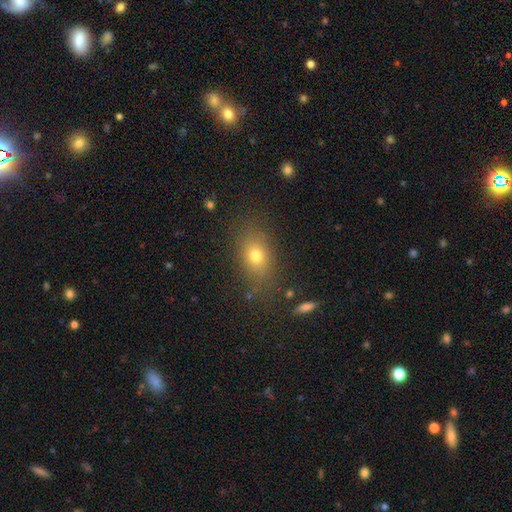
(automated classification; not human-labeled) smooth-or-featured: smooth: 73% | star or artifact: 14% | featured or disk: 13%
  how-rounded: in between: 73% | round: 23% | cigar-shaped: 4%
  merging: none: 77% | minor disturbance: 14% | major disturbance: 6% | merger: 2%